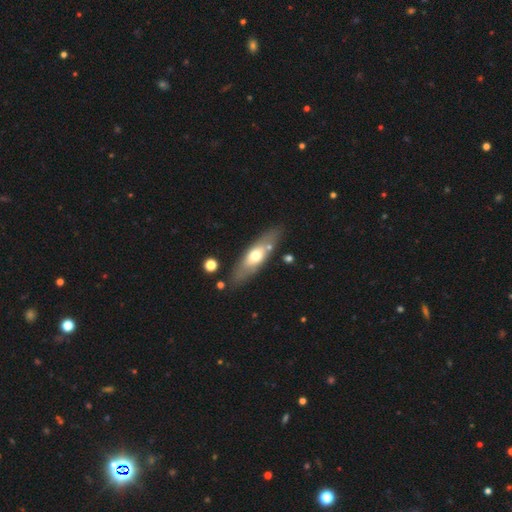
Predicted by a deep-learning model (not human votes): Overall: smooth (50%; featured or disk 44%). How rounded: in between (49%; cigar-shaped 48%). Merging: none (79%).